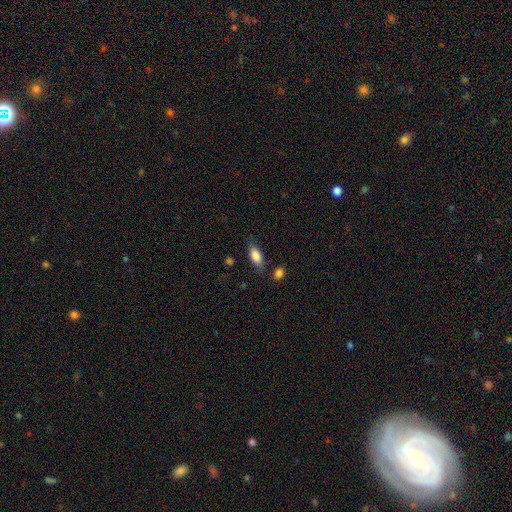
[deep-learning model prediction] Q: Smooth or featured?
A: smooth (81%); runner-up: featured or disk (12%)
Q: How rounded?
A: in between (78%); runner-up: cigar-shaped (19%)
Q: Merging?
A: none (75%); runner-up: minor disturbance (16%)